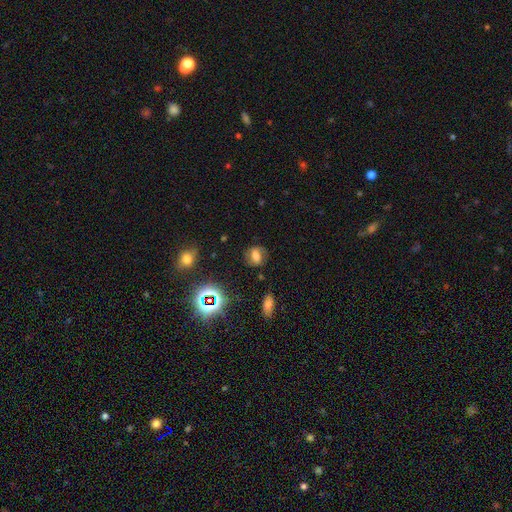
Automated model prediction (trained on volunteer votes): smooth_or_featured: smooth (p=0.44) [alt: featured or disk p=0.36]
merging: none (p=0.73) [alt: minor disturbance p=0.17]